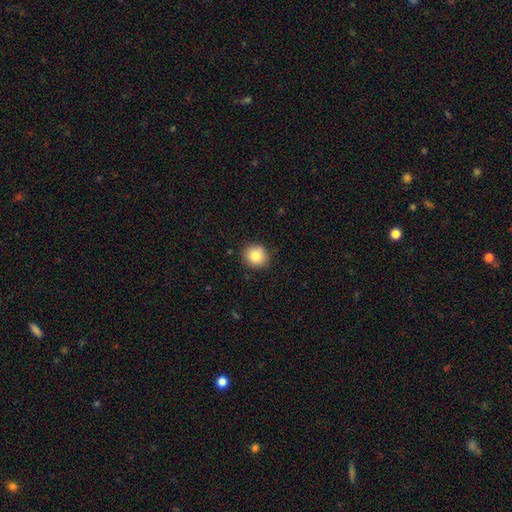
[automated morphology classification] This is clearly a smooth galaxy (83%). How rounded: clearly round (92%). Merging: clearly none (89%).